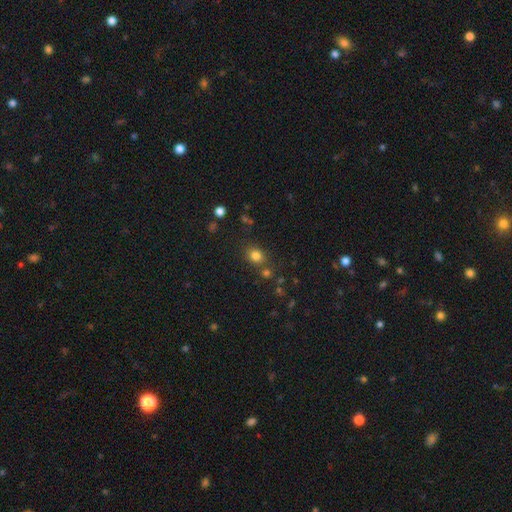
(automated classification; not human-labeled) A smooth galaxy with no disk features (78%) that is round (63%). Merging: none (74%).